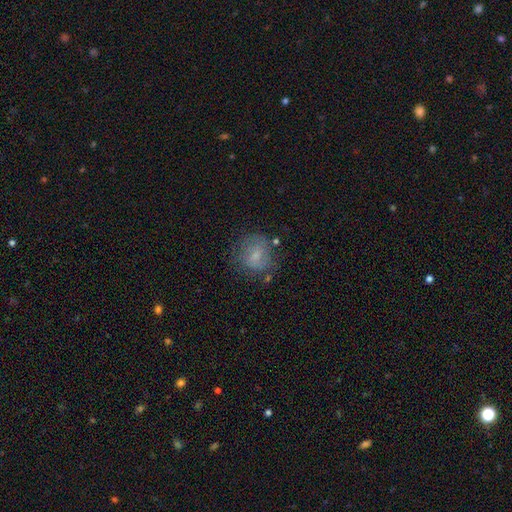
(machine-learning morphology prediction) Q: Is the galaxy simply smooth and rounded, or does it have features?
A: smooth — 64%.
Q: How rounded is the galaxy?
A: round — 70%.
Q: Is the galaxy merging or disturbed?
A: none — 63%.